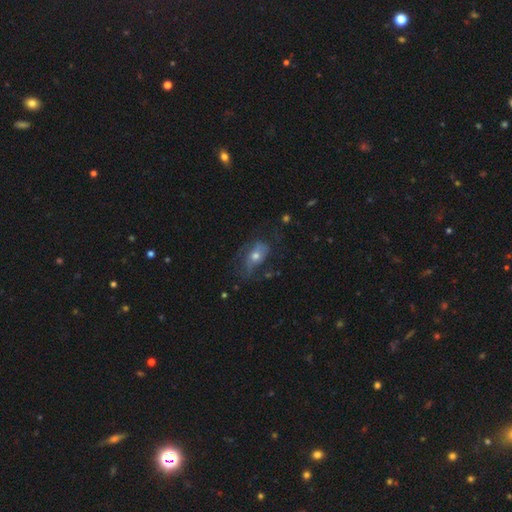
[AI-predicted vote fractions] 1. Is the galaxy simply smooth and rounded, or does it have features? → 51% featured or disk, 38% smooth, 11% star or artifact.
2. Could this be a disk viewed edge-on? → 89% no, 11% yes.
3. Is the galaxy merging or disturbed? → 45% none, 27% major disturbance, 26% minor disturbance, 2% merger.